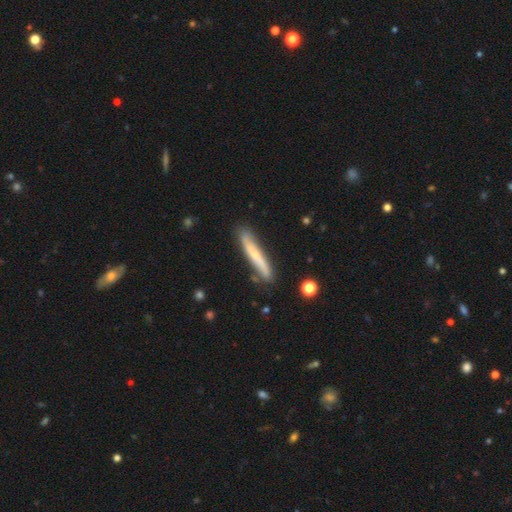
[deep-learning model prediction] Smooth or featured? Predicted: smooth (p=0.48). Merging? Predicted: none (p=0.80).